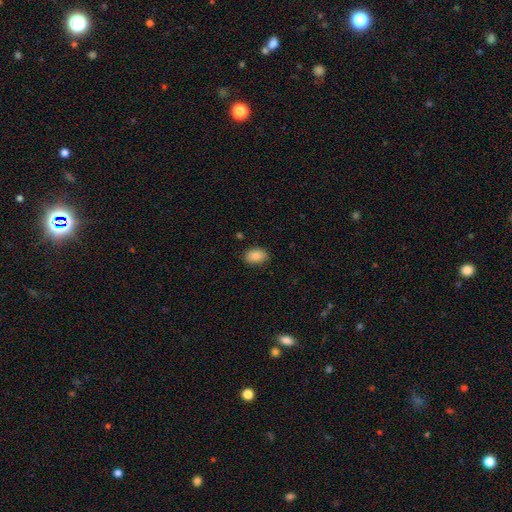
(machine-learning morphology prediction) This is clearly a smooth galaxy (88%). How rounded: clearly in between (87%). Merging: clearly none (85%).